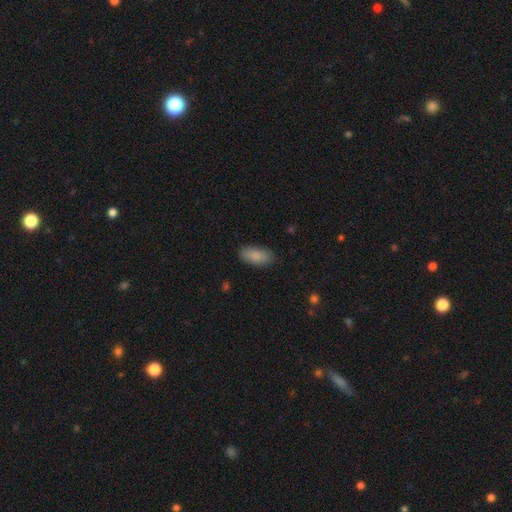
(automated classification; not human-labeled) Q: Smooth or featured?
A: smooth (88%); runner-up: star or artifact (6%)
Q: How rounded?
A: in between (92%); runner-up: cigar-shaped (6%)
Q: Merging?
A: none (84%); runner-up: minor disturbance (12%)